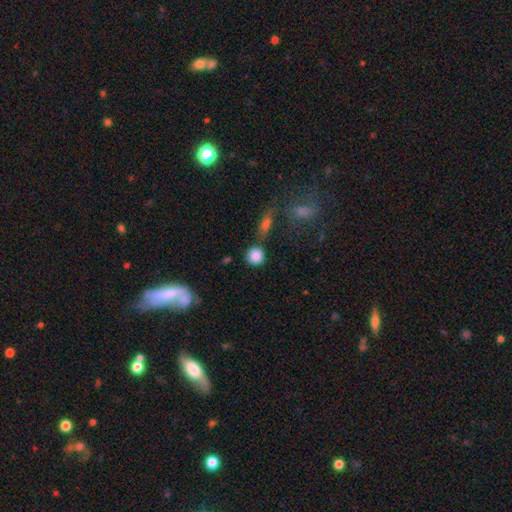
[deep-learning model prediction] Q: Smooth or featured?
A: smooth (85%); runner-up: star or artifact (9%)
Q: How rounded?
A: round (91%); runner-up: in between (8%)
Q: Merging?
A: none (72%); runner-up: minor disturbance (13%)